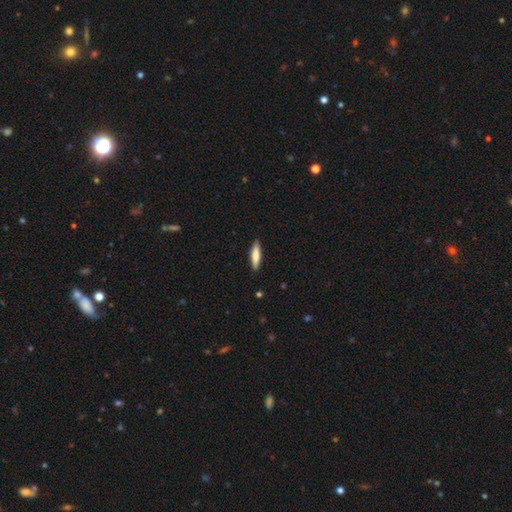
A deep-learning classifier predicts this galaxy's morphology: smooth_or_featured: smooth (p=0.76) [alt: featured or disk p=0.18]
how_rounded: cigar-shaped (p=0.76) [alt: in between p=0.22]
merging: none (p=0.89) [alt: minor disturbance p=0.08]